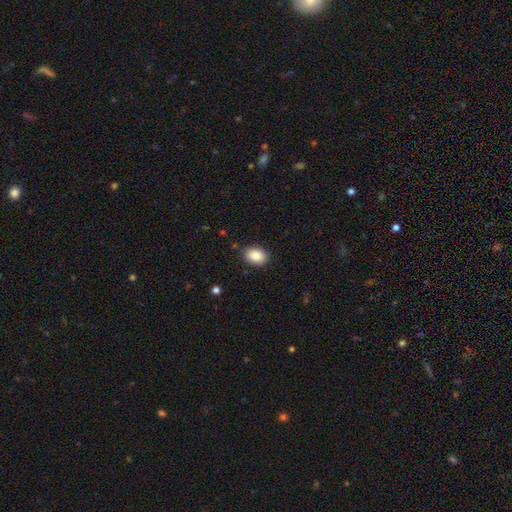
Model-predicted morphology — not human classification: Smooth or featured? Predicted: smooth (p=0.88). How rounded? Predicted: in between (p=0.80). Merging? Predicted: none (p=0.88).